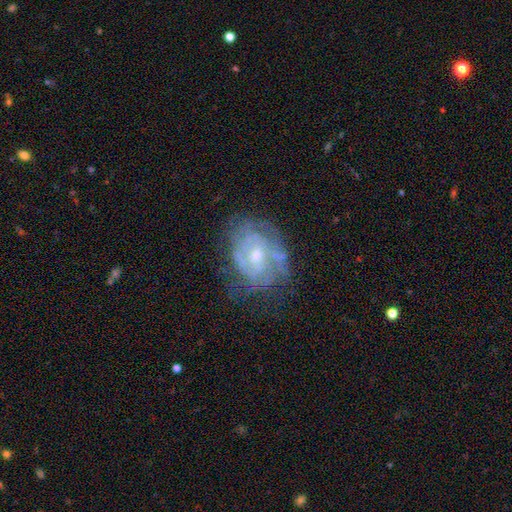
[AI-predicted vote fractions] featured or disk 74%, smooth 18%, star or artifact 8%. Down the decision tree: edge-on disk — no (97%); bar — no (64%); spiral arms — yes (65%); bulge size — moderate (48%); merging — none (58%).